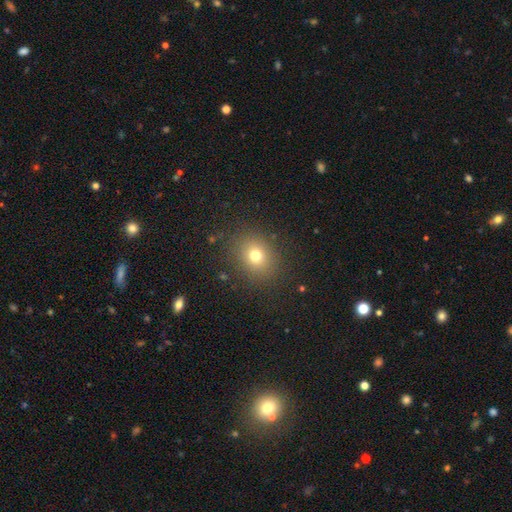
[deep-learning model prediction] Smooth or featured? Predicted: smooth (p=0.73). How rounded? Predicted: round (p=0.67). Merging? Predicted: none (p=0.86).